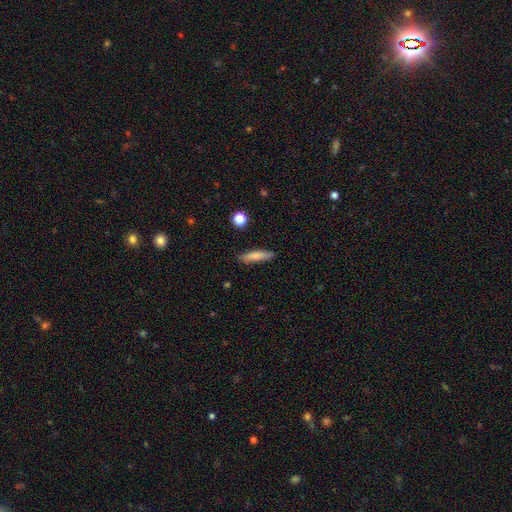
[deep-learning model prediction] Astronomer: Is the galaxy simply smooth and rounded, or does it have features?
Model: smooth — 75%.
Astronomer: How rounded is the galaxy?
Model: cigar-shaped — 78%.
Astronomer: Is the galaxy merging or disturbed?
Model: none — 85%.